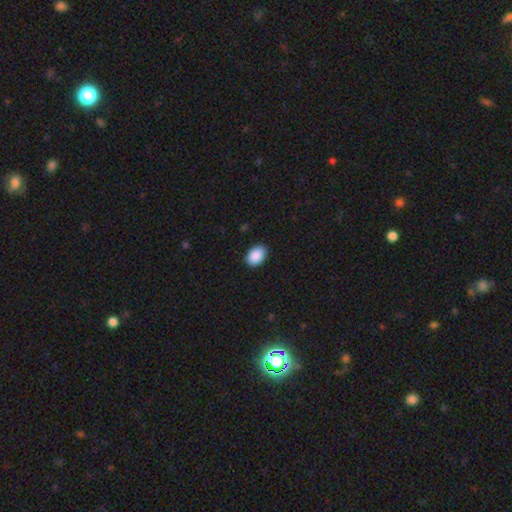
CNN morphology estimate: smooth 90%, star or artifact 7%, featured or disk 3%. Down the decision tree: how rounded — in between (84%); merging — none (88%).